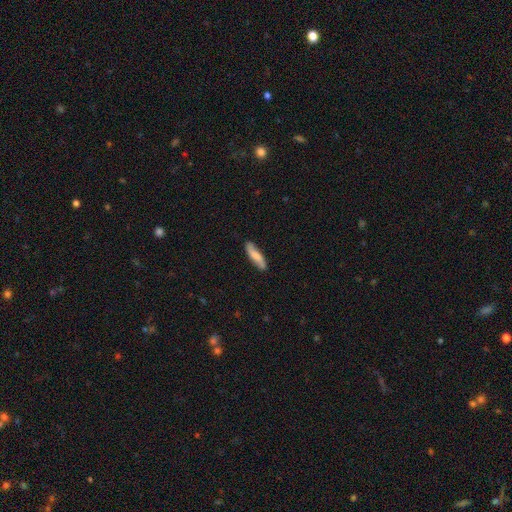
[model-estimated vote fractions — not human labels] smooth-or-featured: smooth: 60% | featured or disk: 34% | star or artifact: 6%
  how-rounded: cigar-shaped: 72% | in between: 26% | round: 2%
  merging: none: 82% | minor disturbance: 14% | major disturbance: 3% | merger: 2%